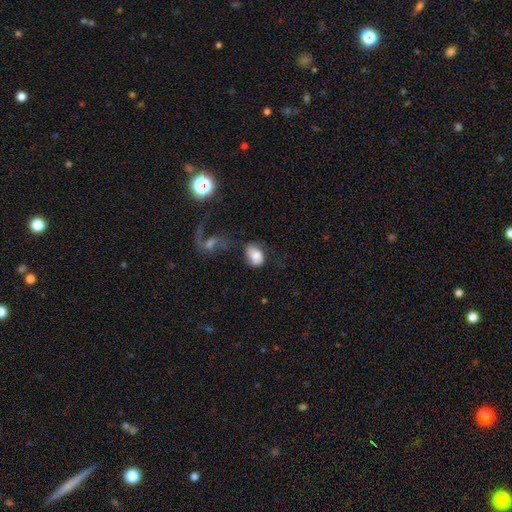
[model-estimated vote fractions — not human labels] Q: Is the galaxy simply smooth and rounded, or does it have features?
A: smooth — 74%.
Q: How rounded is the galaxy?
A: in between — 80%.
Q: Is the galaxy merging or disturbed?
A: none — 42%.